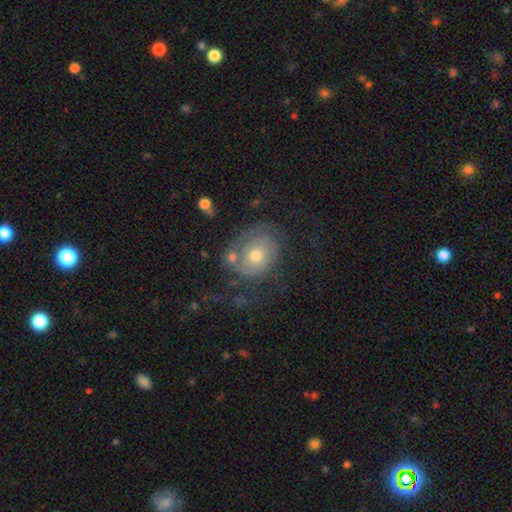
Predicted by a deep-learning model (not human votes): Morphology: type=featured or disk (62%); edge-on=no (96%); bar=no (83%); spiral arms=yes (72%); bulge=moderate (60%); merging=none (48%).